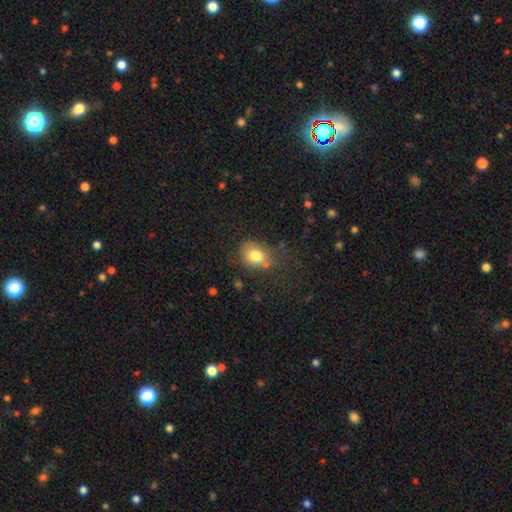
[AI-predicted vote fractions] smooth_or_featured: smooth (p=0.79) [alt: featured or disk p=0.11]
how_rounded: round (p=0.51) [alt: in between p=0.48]
merging: none (p=0.57) [alt: minor disturbance p=0.24]